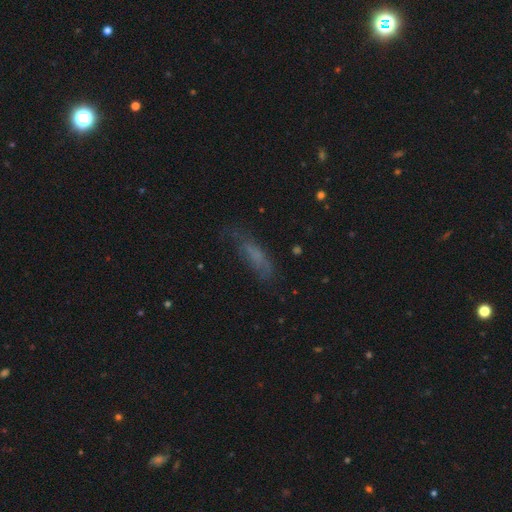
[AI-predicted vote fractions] Smooth or featured? Predicted: smooth (p=0.60). How rounded? Predicted: cigar-shaped (p=0.56). Merging? Predicted: none (p=0.57).